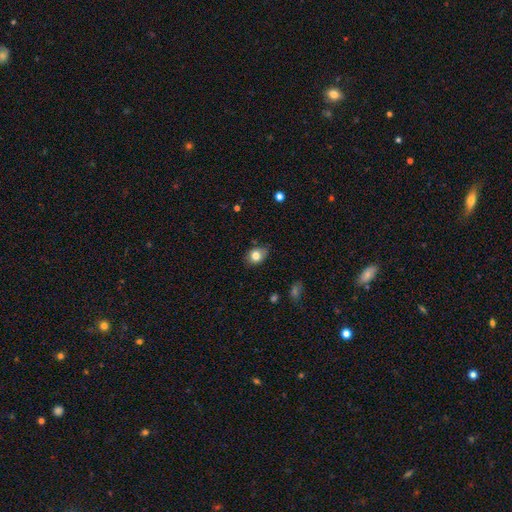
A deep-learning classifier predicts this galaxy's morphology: Smooth or featured: smooth — 80% (featured or disk — 10%)
How rounded: in between — 57% (round — 42%)
Merging: none — 71% (minor disturbance — 23%)